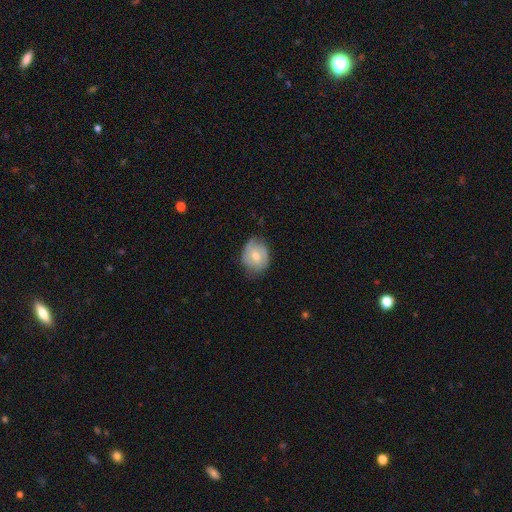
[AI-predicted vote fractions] Q: Smooth or featured?
A: smooth (49%); runner-up: featured or disk (45%)
Q: Merging?
A: none (61%); runner-up: minor disturbance (30%)